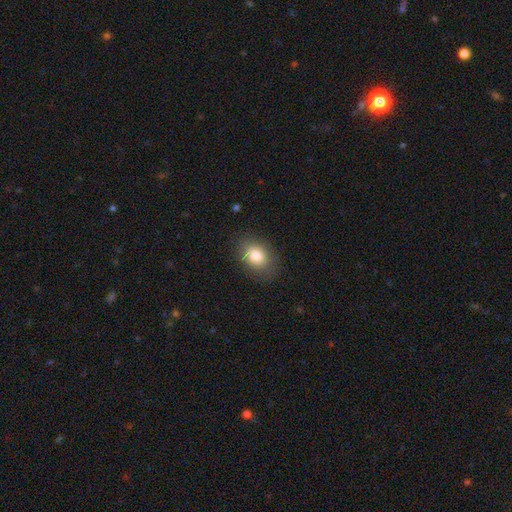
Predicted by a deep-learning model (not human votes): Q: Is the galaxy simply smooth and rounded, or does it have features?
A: smooth — 83%.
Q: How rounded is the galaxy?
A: in between — 67%.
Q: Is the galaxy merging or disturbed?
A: none — 81%.